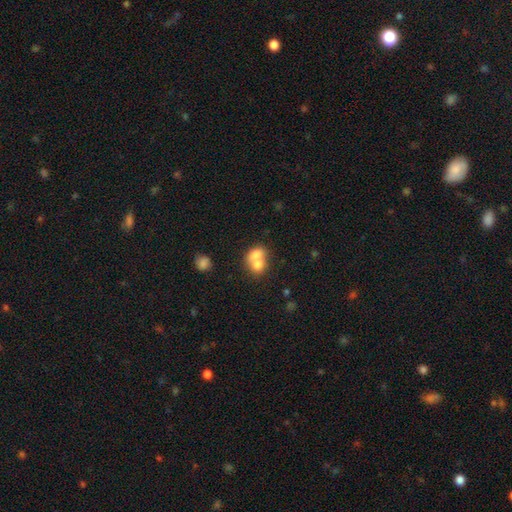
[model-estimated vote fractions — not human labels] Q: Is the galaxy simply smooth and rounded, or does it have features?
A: smooth — 71%.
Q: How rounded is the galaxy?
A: round — 54%.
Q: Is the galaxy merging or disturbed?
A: merger — 71%.